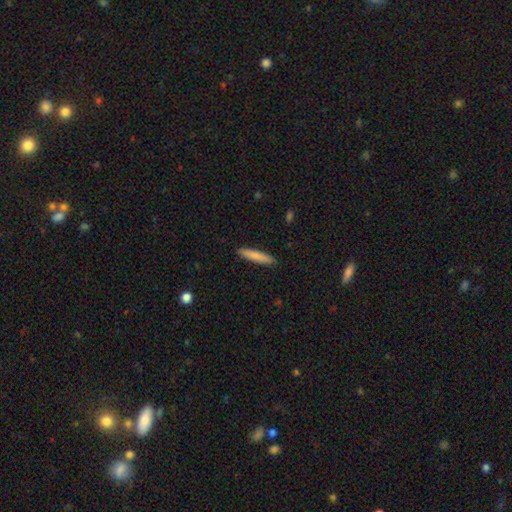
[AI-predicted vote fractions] smooth_or_featured: smooth (p=0.81) [alt: featured or disk p=0.14]
how_rounded: cigar-shaped (p=0.91) [alt: in between p=0.08]
merging: none (p=0.90) [alt: minor disturbance p=0.07]